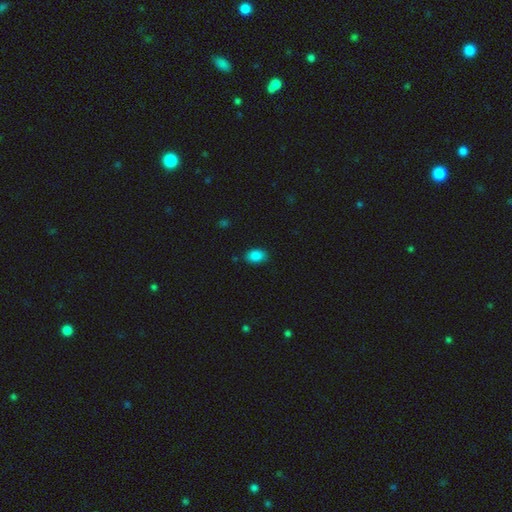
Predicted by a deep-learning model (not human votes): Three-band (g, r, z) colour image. It shows a smooth galaxy with no disk features (86%) that is in between round and cigar-shaped (84%). Merging: none (83%).